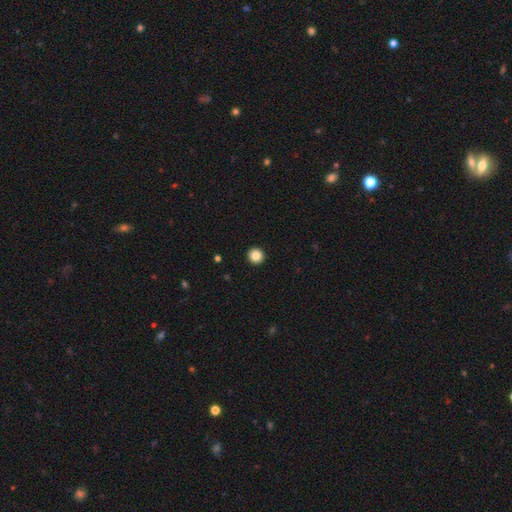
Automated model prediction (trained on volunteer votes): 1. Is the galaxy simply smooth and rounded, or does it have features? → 84% smooth, 10% star or artifact, 6% featured or disk.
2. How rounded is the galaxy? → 96% round, 3% in between, 1% cigar-shaped.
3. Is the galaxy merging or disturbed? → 94% none, 4% minor disturbance, 1% major disturbance, 1% merger.